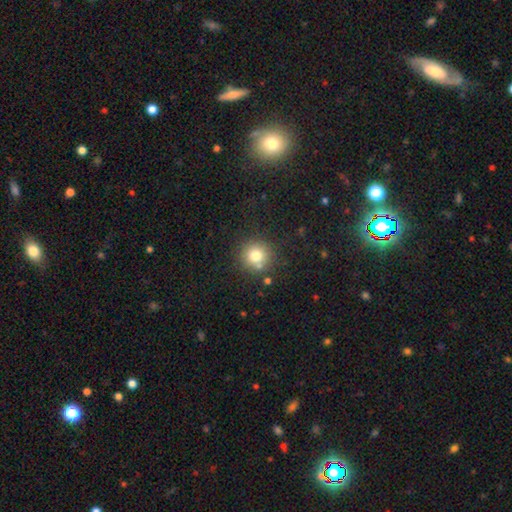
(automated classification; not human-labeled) This is likely a smooth galaxy (76%). How rounded: clearly round (93%). Merging: likely none (79%).